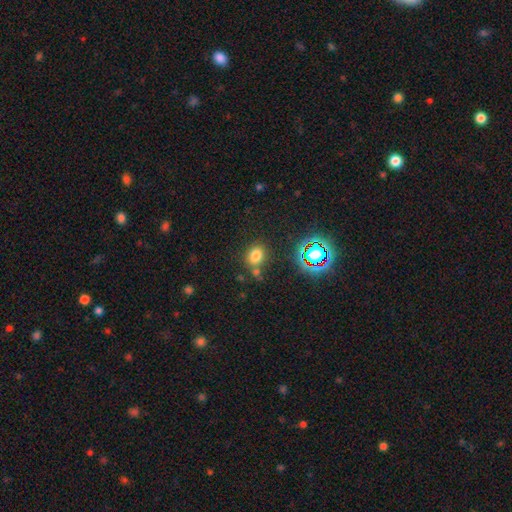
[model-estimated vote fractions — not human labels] Smooth or featured? smooth (73%)
How rounded? round (52%)
Merging? none (71%)